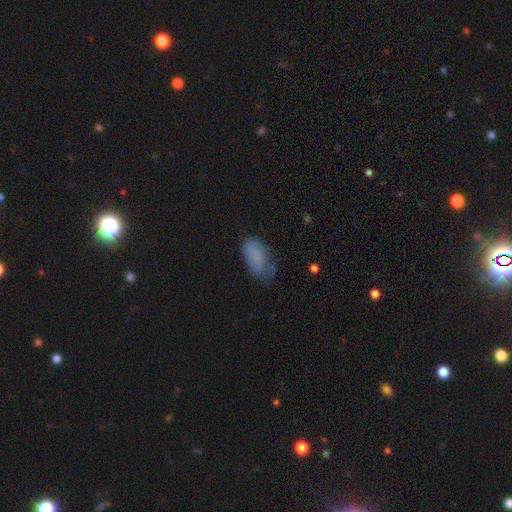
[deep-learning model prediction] smooth-or-featured: smooth: 74% | featured or disk: 17% | star or artifact: 9%
  how-rounded: in between: 92% | cigar-shaped: 4% | round: 4%
  merging: none: 45% | minor disturbance: 35% | major disturbance: 17% | merger: 3%